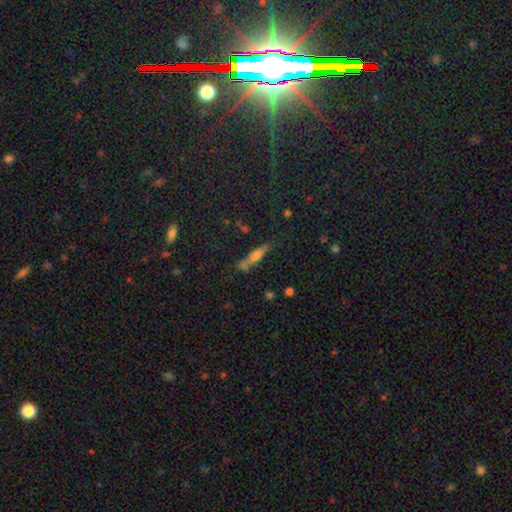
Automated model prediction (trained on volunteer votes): Smooth or featured? Predicted: smooth (p=0.53). How rounded? Predicted: cigar-shaped (p=0.78). Merging? Predicted: none (p=0.61).